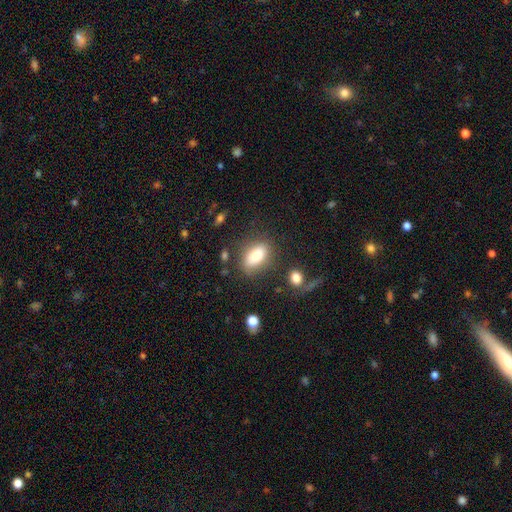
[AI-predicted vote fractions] Smooth or featured? Predicted: smooth (p=0.77). How rounded? Predicted: in between (p=0.85). Merging? Predicted: none (p=0.75).